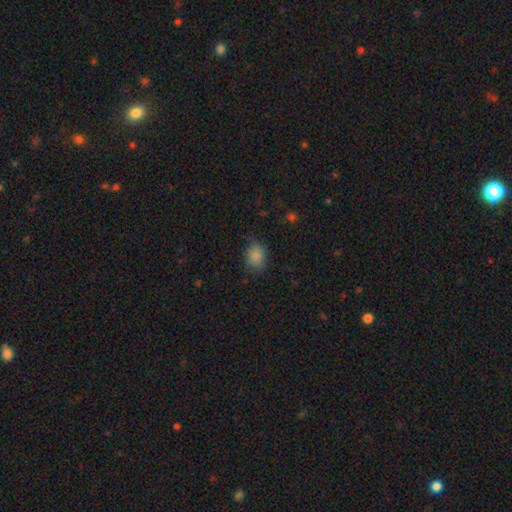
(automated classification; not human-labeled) Morphology: type=smooth (85%); roundness=in between (59%); merging=none (74%).